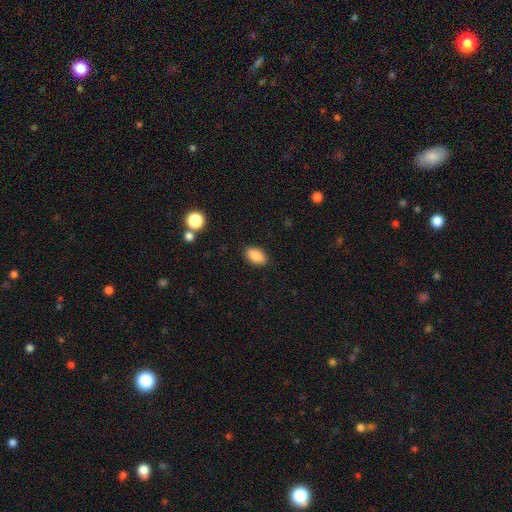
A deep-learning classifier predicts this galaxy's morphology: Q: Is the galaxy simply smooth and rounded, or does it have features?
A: smooth — 88%.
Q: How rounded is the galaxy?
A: in between — 91%.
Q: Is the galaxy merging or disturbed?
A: none — 88%.